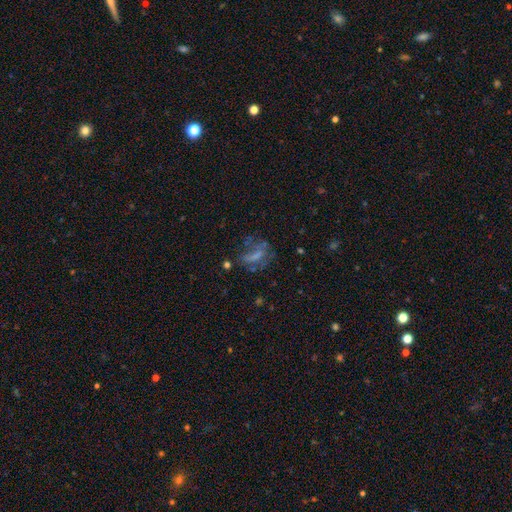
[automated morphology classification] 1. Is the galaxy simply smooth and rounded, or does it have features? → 41% smooth (tied), 41% featured or disk (tied), 18% star or artifact.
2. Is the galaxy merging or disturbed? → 38% none, 33% major disturbance, 21% minor disturbance, 8% merger.